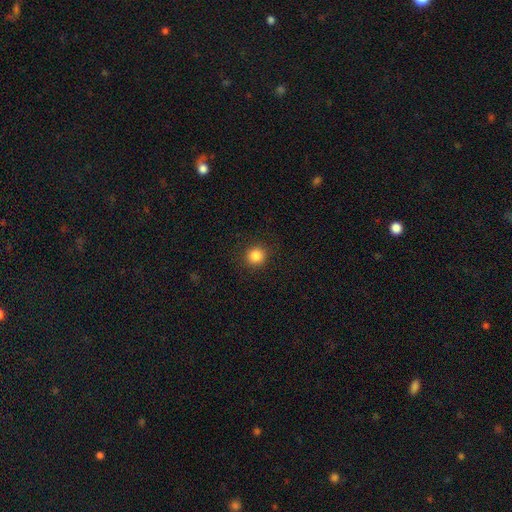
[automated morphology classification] A smooth galaxy with no disk features (85%) that is round (92%).

Vote fractions:
- Smooth or featured? smooth: 85% / star or artifact: 11% / featured or disk: 4%
- How rounded? round: 92% / in between: 7% / cigar-shaped: 1%
- Merging? none: 91% / minor disturbance: 6% / major disturbance: 2% / merger: 1%